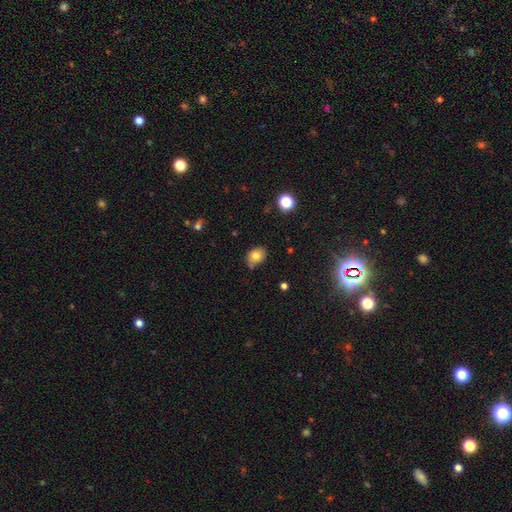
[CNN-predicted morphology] Overall: smooth (78%). How rounded: in between (65%; round 34%). Merging: none (67%).